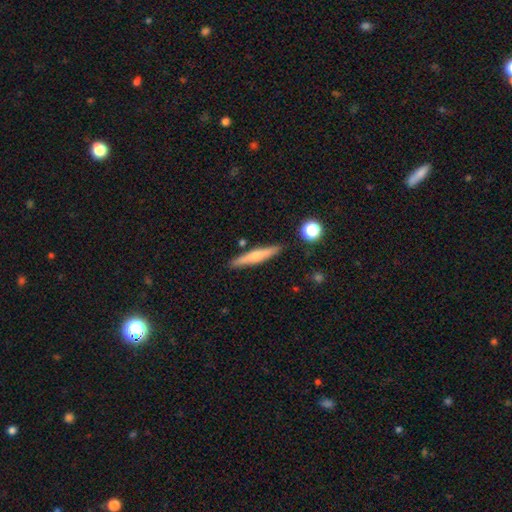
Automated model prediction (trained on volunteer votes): The model was most divided on "smooth or featured": featured or disk: 55%, smooth: 38%, star or artifact: 7%. More confident: edge-on disk — yes (94%); merging — none (88%); edge-on bulge — rounded (80%).